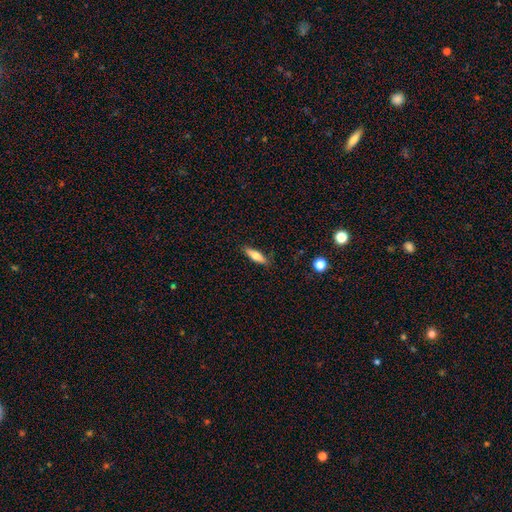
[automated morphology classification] Q: Smooth or featured?
A: smooth (68%); runner-up: featured or disk (26%)
Q: How rounded?
A: cigar-shaped (59%); runner-up: in between (39%)
Q: Merging?
A: none (86%); runner-up: minor disturbance (11%)